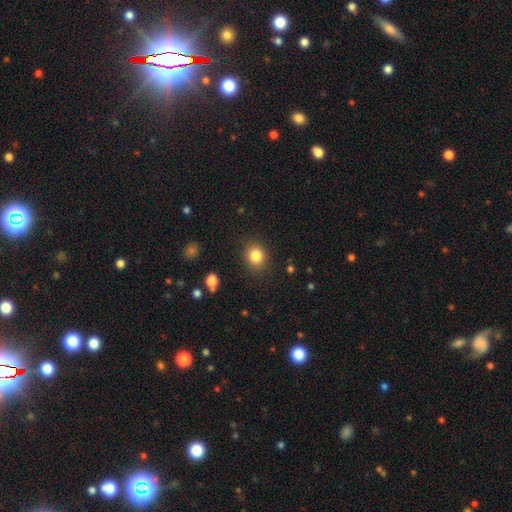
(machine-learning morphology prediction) A smooth galaxy with no disk features (84%) that is round (72%). Merging: none (86%).